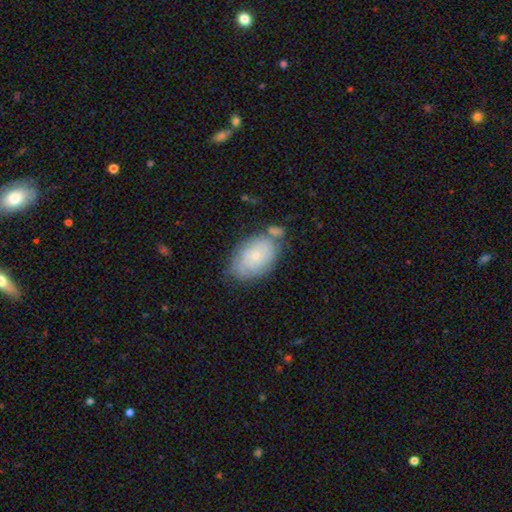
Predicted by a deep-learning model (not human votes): The model was most divided on "smooth or featured": smooth: 55%, featured or disk: 38%, star or artifact: 7%. More confident: how rounded — in between (87%); merging — none (56%).